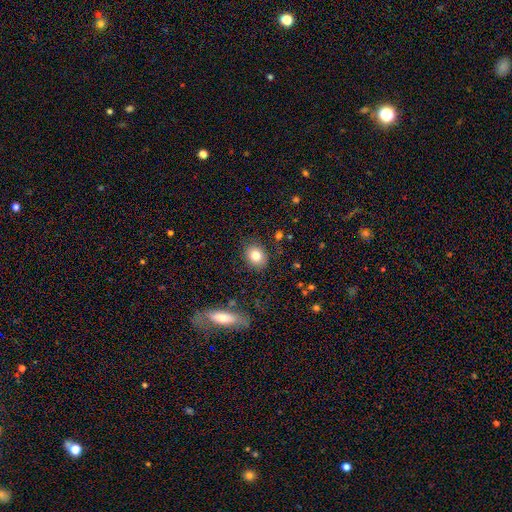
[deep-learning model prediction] A smooth galaxy with no disk features (80%) that is round (54%). Merging: none (86%).